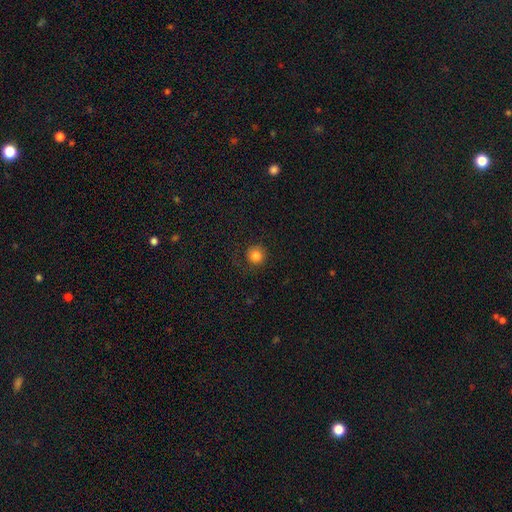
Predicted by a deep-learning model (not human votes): This appears to be a smooth galaxy with no disk features (82%) that is round (93%). Merging: none (81%).